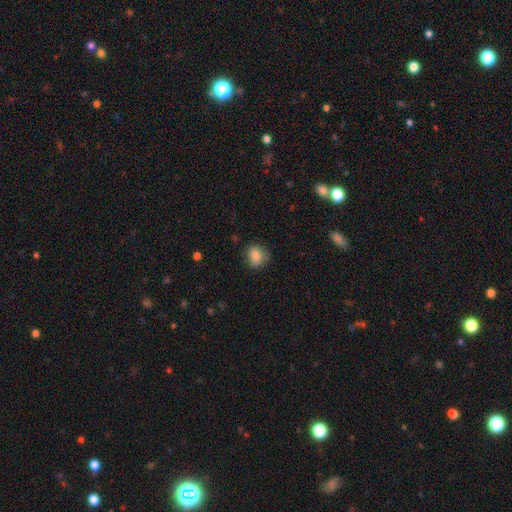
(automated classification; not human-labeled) A smooth galaxy with no disk features (84%) that is round (55%).

Vote fractions:
- Smooth or featured? smooth: 84% / star or artifact: 9% / featured or disk: 8%
- How rounded? round: 55% / in between: 44% / cigar-shaped: 1%
- Merging? none: 70% / minor disturbance: 22% / major disturbance: 6% / merger: 1%